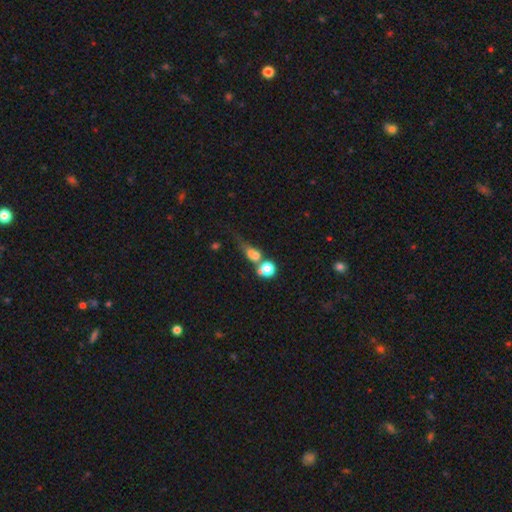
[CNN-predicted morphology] Smooth or featured? Predicted: smooth (p=0.64). How rounded? Predicted: round (p=0.58). Merging? Predicted: merger (p=0.43).